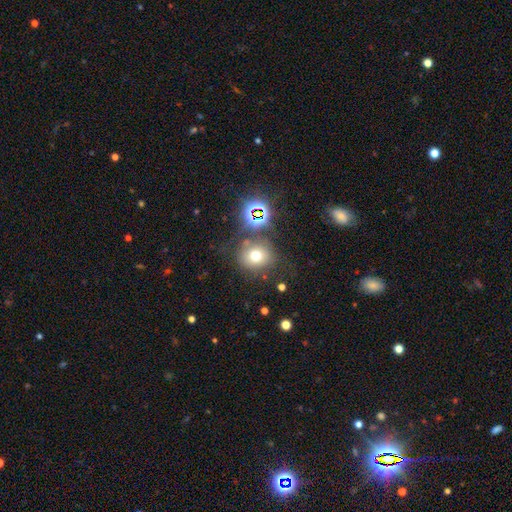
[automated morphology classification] Smooth or featured? Predicted: smooth (p=0.65). How rounded? Predicted: round (p=0.85). Merging? Predicted: none (p=0.71).